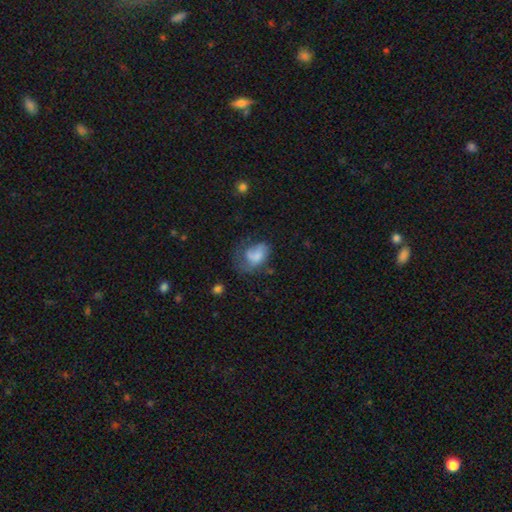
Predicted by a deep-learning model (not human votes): smooth 55%, featured or disk 35%, star or artifact 9%. Down the decision tree: how rounded — in between (79%); merging — major disturbance (41%).